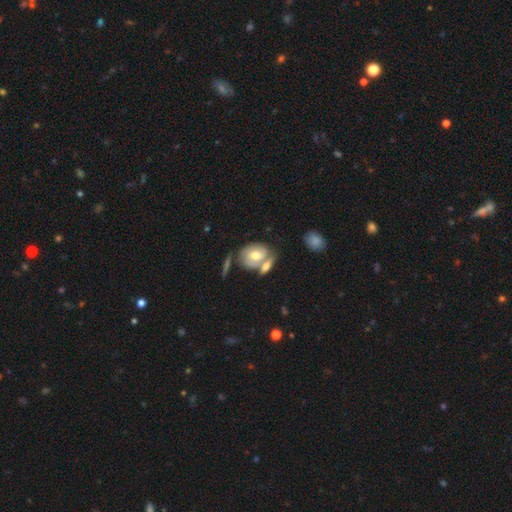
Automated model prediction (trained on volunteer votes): Smooth or featured?
  - smooth: 48% *
  - featured or disk: 45%
  - star or artifact: 7%
Merging?
  - none: 41% *
  - merger: 38%
  - minor disturbance: 15%
  - major disturbance: 6%